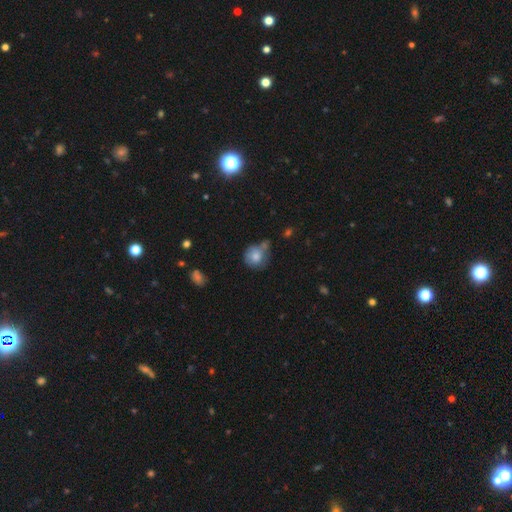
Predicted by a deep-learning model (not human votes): A smooth galaxy with no disk features (77%) that is round (81%). Merging: none (45%).